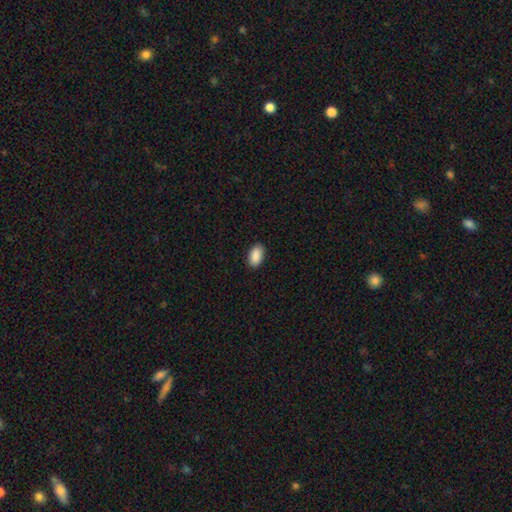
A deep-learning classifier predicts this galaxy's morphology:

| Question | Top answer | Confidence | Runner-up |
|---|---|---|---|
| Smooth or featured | smooth | 90% | star or artifact (7%) |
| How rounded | in between | 95% | round (3%) |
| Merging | none | 89% | minor disturbance (8%) |